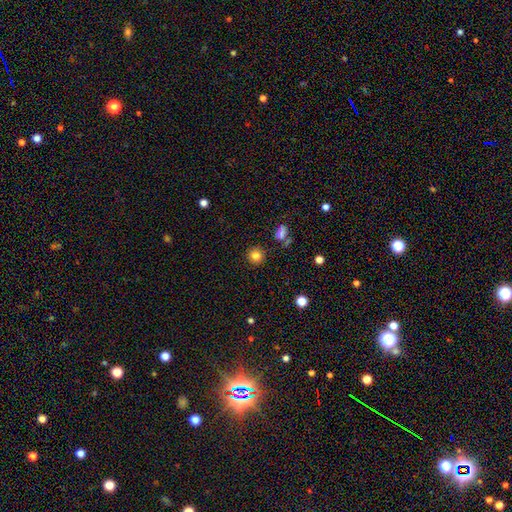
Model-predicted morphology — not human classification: The model was most divided on "smooth or featured": smooth: 81%, star or artifact: 12%, featured or disk: 7%. More confident: how rounded — round (92%); merging — none (89%).